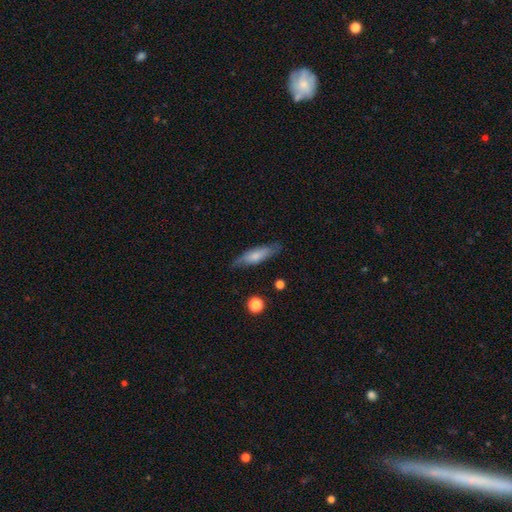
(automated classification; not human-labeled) The model was most divided on "how rounded": cigar-shaped: 61%, in between: 37%, round: 2%. More confident: merging — none (77%); smooth or featured — smooth (64%).